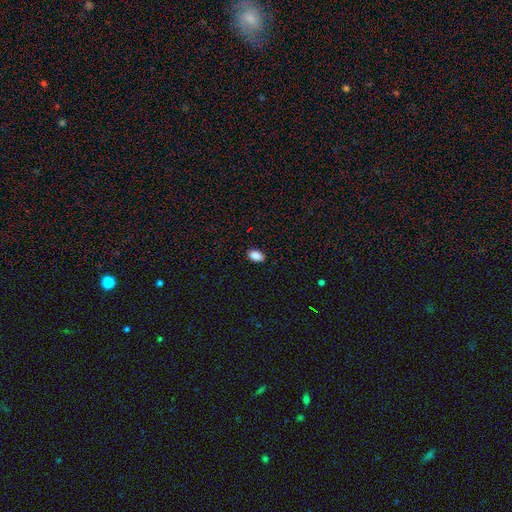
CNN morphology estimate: A smooth galaxy with no disk features (89%) that is in between round and cigar-shaped (92%). Merging: none (87%).